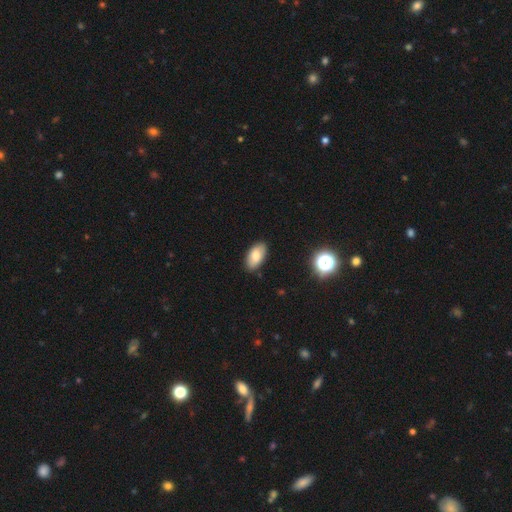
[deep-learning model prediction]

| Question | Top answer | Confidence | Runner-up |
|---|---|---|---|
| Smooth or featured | smooth | 79% | featured or disk (13%) |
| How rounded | in between | 94% | round (3%) |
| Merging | none | 87% | minor disturbance (10%) |